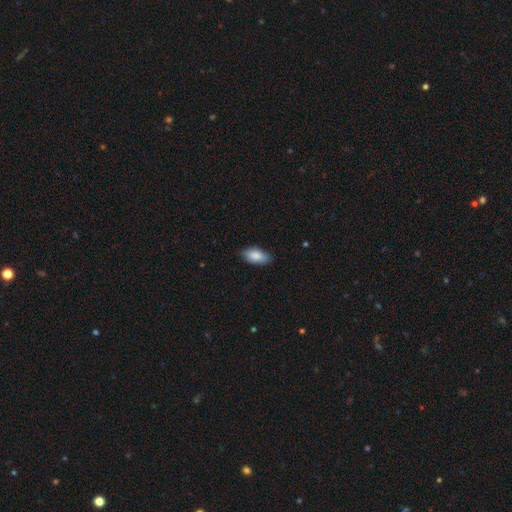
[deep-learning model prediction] smooth 87%, featured or disk 7%, star or artifact 6%. Down the decision tree: how rounded — in between (91%); merging — none (83%).